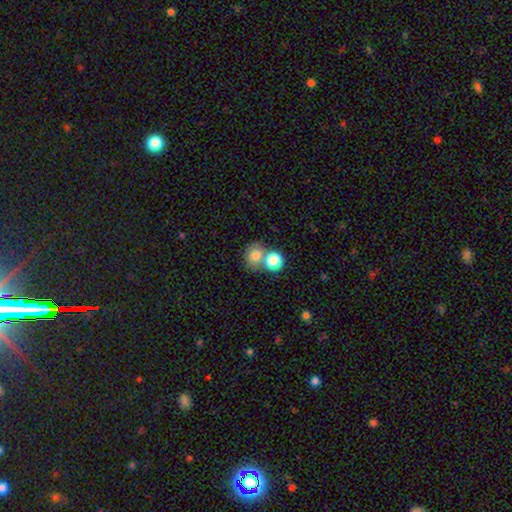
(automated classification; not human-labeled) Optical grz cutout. It shows a smooth galaxy with no disk features (77%) that is round (74%). Merging: merger (44%).